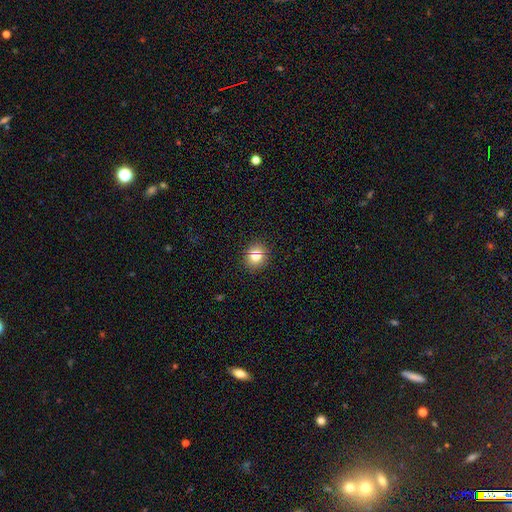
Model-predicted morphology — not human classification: Overall: smooth (78%). How rounded: round (79%). Merging: none (90%).